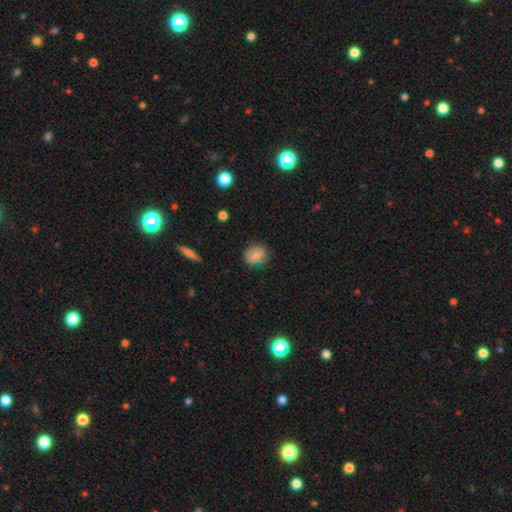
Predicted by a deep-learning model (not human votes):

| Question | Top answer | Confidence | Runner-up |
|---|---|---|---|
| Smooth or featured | smooth | 72% | featured or disk (19%) |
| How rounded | round | 69% | in between (30%) |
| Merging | none | 71% | minor disturbance (22%) |